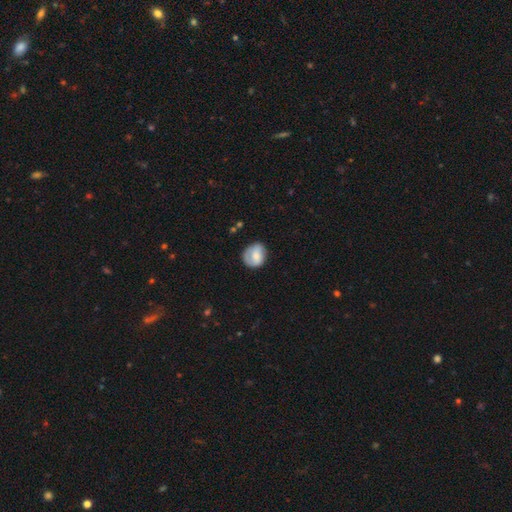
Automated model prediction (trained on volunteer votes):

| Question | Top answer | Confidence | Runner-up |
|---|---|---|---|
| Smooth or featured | smooth | 64% | featured or disk (29%) |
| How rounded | round | 72% | in between (27%) |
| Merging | none | 69% | minor disturbance (22%) |